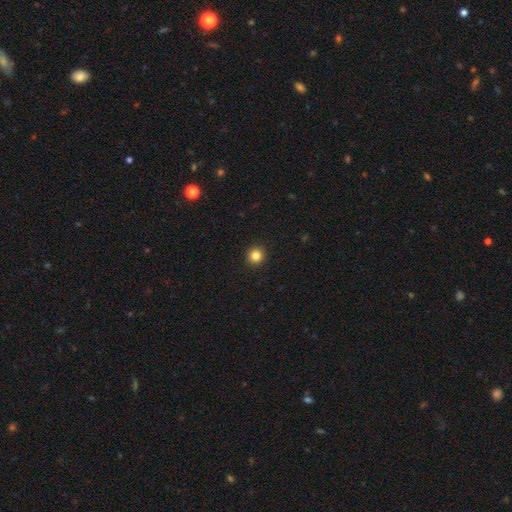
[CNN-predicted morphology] Smooth or featured? smooth (84%)
How rounded? round (94%)
Merging? none (93%)